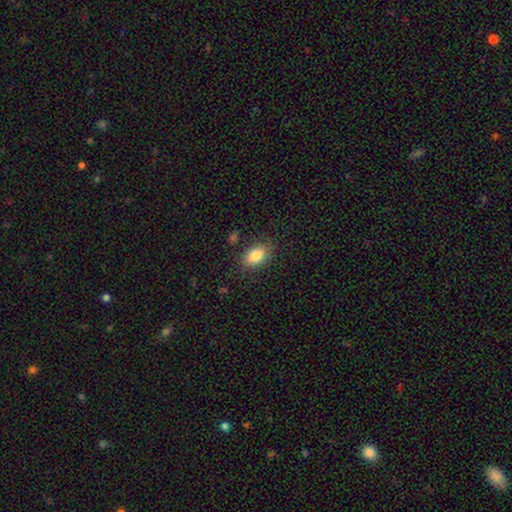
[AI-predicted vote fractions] The model was most divided on "merging": none: 82%, minor disturbance: 12%, major disturbance: 4%, merger: 2%. More confident: how rounded — in between (86%); smooth or featured — smooth (84%).